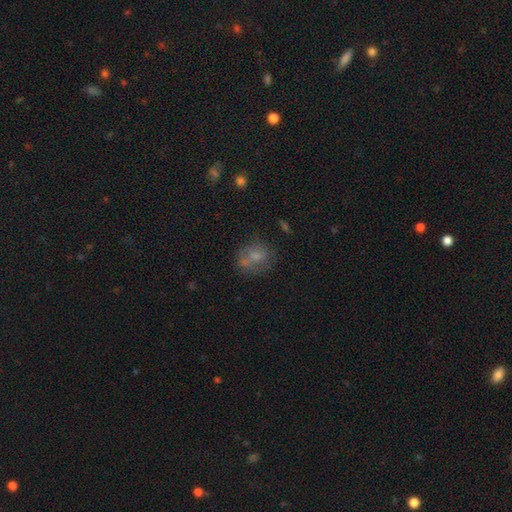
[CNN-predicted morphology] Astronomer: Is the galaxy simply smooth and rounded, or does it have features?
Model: smooth — 51% (runner-up: featured or disk, 28%).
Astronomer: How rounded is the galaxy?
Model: round — 59% (runner-up: in between, 39%).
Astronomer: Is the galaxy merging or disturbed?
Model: none — 60%.